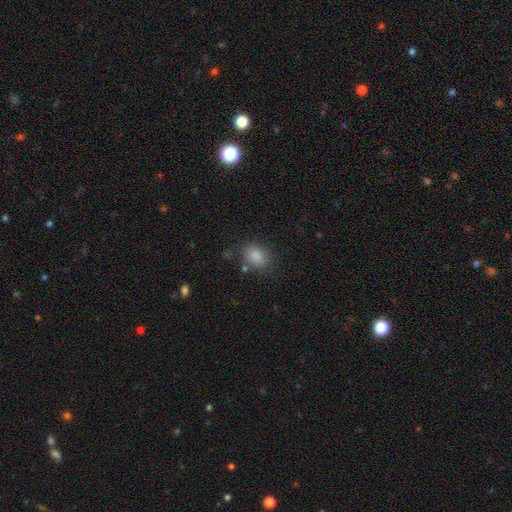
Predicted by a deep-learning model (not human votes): smooth-or-featured: smooth: 80% | star or artifact: 13% | featured or disk: 7%
  how-rounded: in between: 63% | round: 36% | cigar-shaped: 1%
  merging: none: 80% | minor disturbance: 12% | major disturbance: 4% | merger: 4%